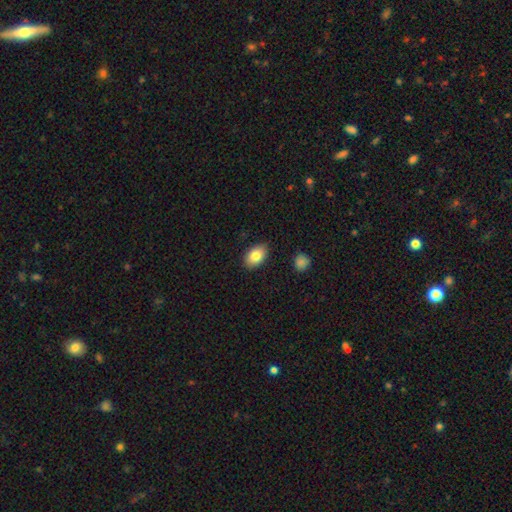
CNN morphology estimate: type=smooth (83%); roundness=in between (90%); merging=none (87%).